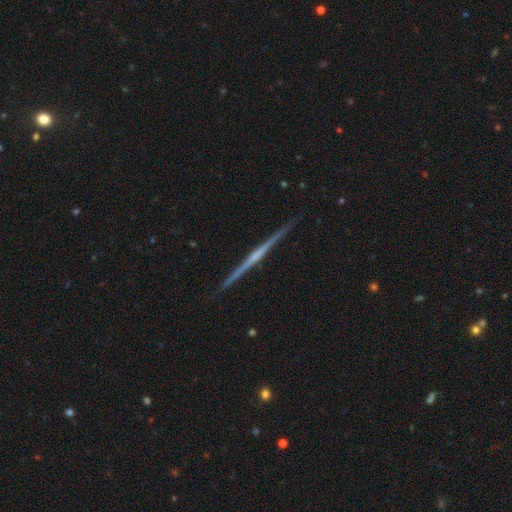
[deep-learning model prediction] Smooth or featured? Predicted: featured or disk (p=0.81). Edge-on disk? Predicted: yes (p=0.99). Edge-on bulge? Predicted: none (p=0.46). Merging? Predicted: none (p=0.92).